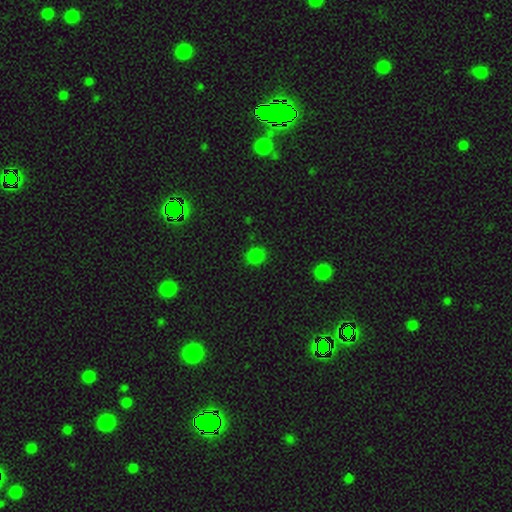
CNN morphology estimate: Smooth or featured? smooth (81%)
How rounded? round (78%)
Merging? none (89%)